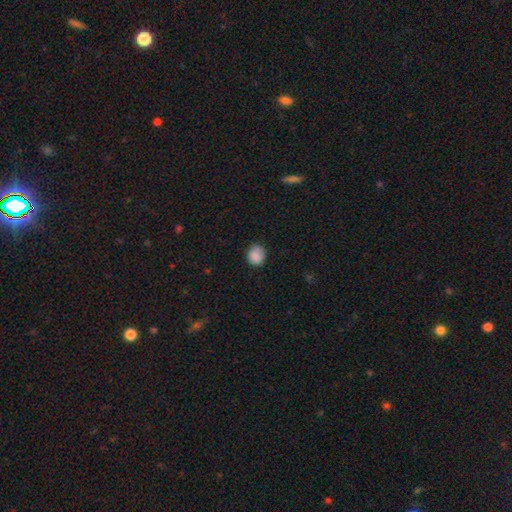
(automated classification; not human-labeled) Overall: smooth (88%). How rounded: round (75%). Merging: none (78%).